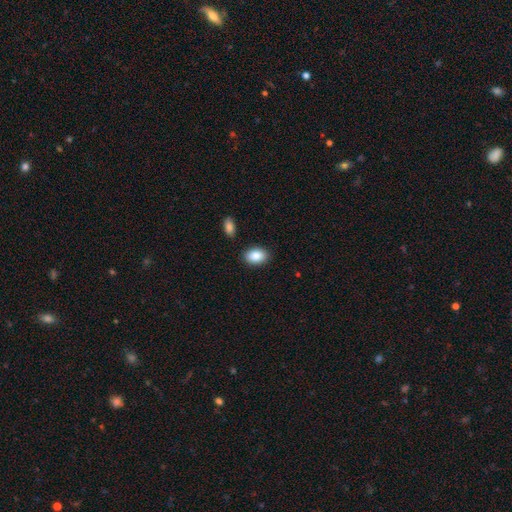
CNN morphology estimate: This is clearly a smooth galaxy (87%). How rounded: clearly in between (86%). Merging: clearly none (87%).